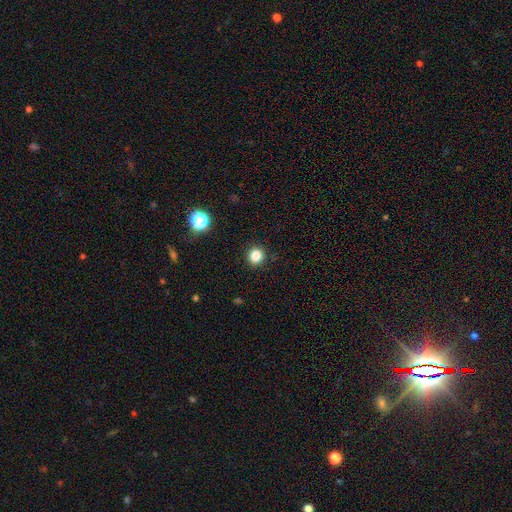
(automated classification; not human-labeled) Smooth or featured? smooth (83%)
How rounded? round (88%)
Merging? none (91%)